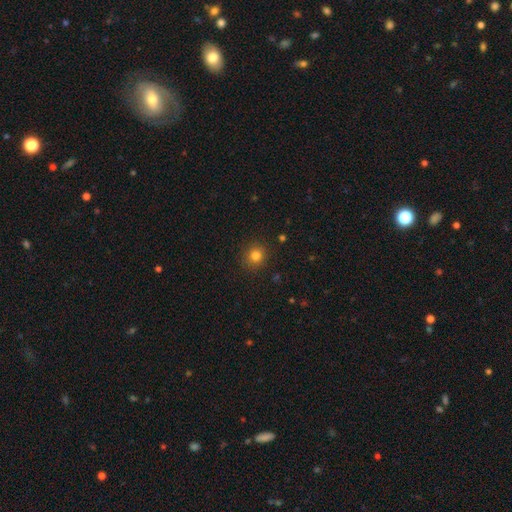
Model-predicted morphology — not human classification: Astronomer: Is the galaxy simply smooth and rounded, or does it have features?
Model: smooth — 82%.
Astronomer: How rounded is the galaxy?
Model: round — 90%.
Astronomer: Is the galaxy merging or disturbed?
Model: none — 90%.